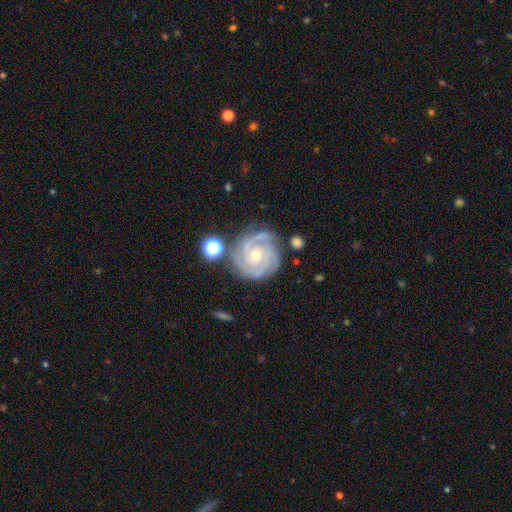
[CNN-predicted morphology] smooth-or-featured: featured or disk: 90% | star or artifact: 5% | smooth: 5%
  disk-edge-on: no: 98% | yes: 2%
    bar: no: 74% | weak: 20% | strong: 6%
    has-spiral-arms: yes: 98% | no: 2%
      spiral-winding: tight: 78% | medium: 20% | loose: 2%
      spiral-arm-count: 3: 44% | 4: 27% | 2: 11% | can't tell: 8% | more than 4: 5% | 1: 4%
    bulge-size: small: 68% | moderate: 28% | none: 1% | large: 1% | dominant: 1%
  merging: none: 77% | minor disturbance: 15% | major disturbance: 4% | merger: 3%